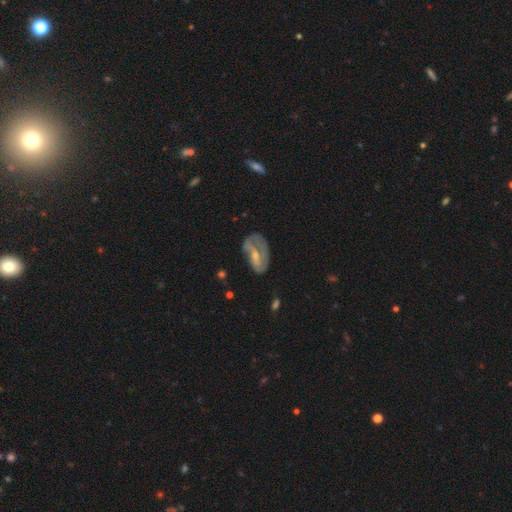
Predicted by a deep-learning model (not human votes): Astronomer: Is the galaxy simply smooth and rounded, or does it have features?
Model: featured or disk — 63%.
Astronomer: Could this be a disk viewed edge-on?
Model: no — 95%.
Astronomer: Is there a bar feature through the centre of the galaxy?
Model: no — 45% (runner-up: weak, 42%).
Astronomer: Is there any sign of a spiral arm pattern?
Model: yes — 72%.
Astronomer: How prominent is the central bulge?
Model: small — 44% (runner-up: moderate, 39%).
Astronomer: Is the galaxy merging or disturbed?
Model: none — 43% (runner-up: major disturbance, 28%).